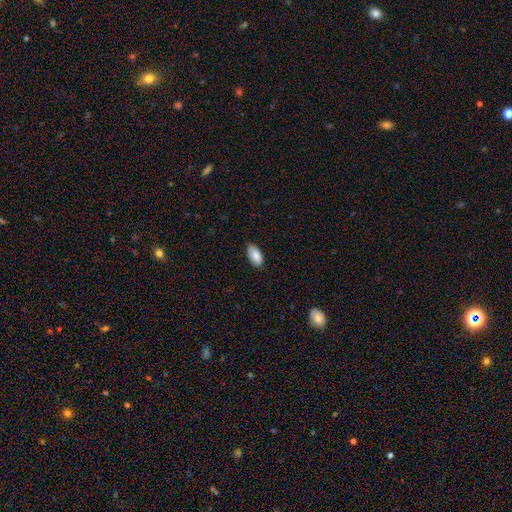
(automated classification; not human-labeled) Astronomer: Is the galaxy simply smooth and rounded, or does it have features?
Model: smooth — 88%.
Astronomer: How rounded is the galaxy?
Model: in between — 94%.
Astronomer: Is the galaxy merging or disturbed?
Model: none — 84%.